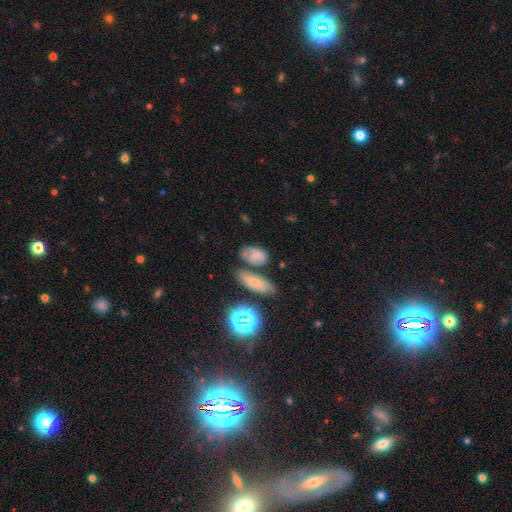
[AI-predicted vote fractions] Overall: smooth (58%; featured or disk 27%). How rounded: in between (80%). Merging: none (45%; merger 26%).